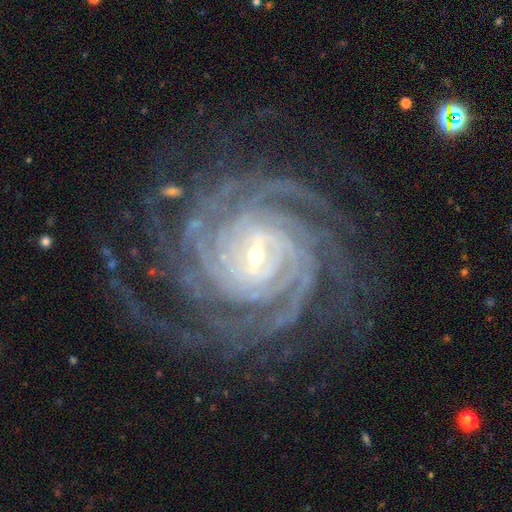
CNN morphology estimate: Q: Smooth or featured?
A: featured or disk (93%); runner-up: star or artifact (4%)
Q: Edge-on disk?
A: no (98%); runner-up: yes (2%)
Q: Bar?
A: weak (43%); runner-up: strong (33%)
Q: Spiral arms?
A: yes (99%); runner-up: no (1%)
Q: Spiral winding?
A: tight (83%); runner-up: medium (15%)
Q: Spiral arm count?
A: more than 4 (32%); runner-up: 4 (28%)
Q: Bulge size?
A: small (69%); runner-up: moderate (27%)
Q: Merging?
A: none (77%); runner-up: minor disturbance (13%)